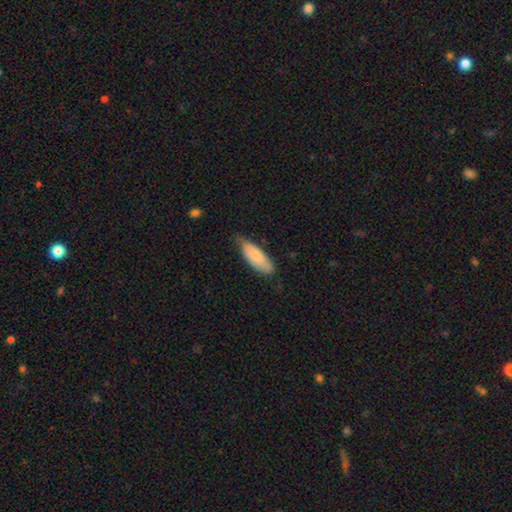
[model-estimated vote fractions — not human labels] A smooth galaxy with no disk features (80%) that is in between round and cigar-shaped (69%).

Vote fractions:
- Smooth or featured? smooth: 80% / featured or disk: 14% / star or artifact: 5%
- How rounded? in between: 69% / cigar-shaped: 29% / round: 2%
- Merging? none: 59% / minor disturbance: 34% / major disturbance: 5% / merger: 2%